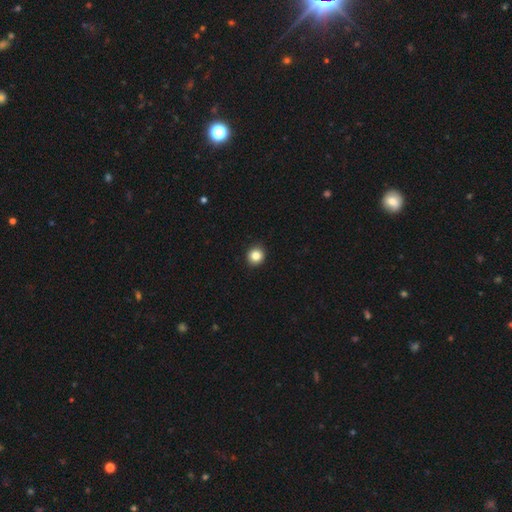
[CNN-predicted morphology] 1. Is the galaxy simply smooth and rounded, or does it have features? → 84% smooth, 11% star or artifact, 6% featured or disk.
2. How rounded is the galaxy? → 89% round, 10% in between, 1% cigar-shaped.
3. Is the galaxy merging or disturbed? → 92% none, 5% minor disturbance, 1% major disturbance, 1% merger.